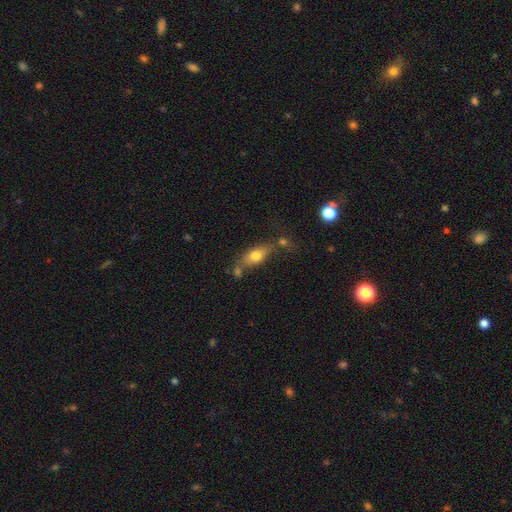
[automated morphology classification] A smooth galaxy with no disk features (70%) that is in between round and cigar-shaped (74%).

Vote fractions:
- Smooth or featured? smooth: 70% / featured or disk: 21% / star or artifact: 9%
- How rounded? in between: 74% / cigar-shaped: 19% / round: 7%
- Merging? none: 50% / merger: 24% / minor disturbance: 18% / major disturbance: 8%